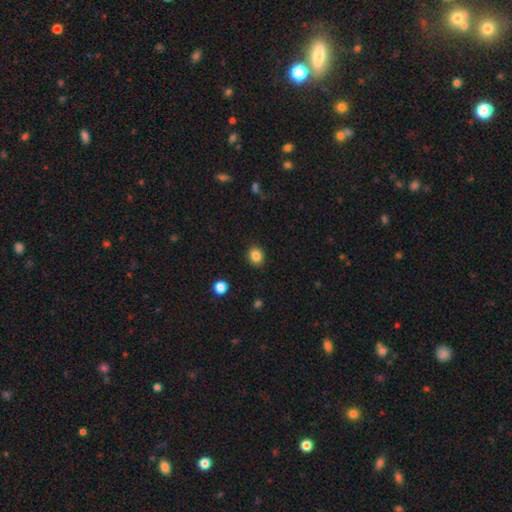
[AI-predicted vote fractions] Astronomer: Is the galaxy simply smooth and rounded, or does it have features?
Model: smooth — 85%.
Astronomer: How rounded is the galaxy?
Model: round — 67%.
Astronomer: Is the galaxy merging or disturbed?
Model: none — 89%.